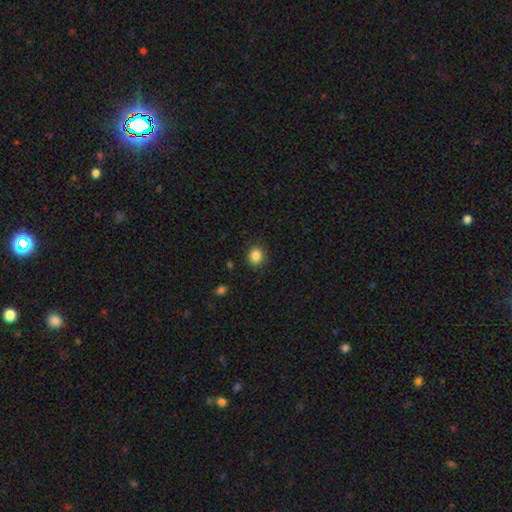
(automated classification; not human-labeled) The model was most divided on "how rounded": round: 85%, in between: 14%, cigar-shaped: 1%. More confident: merging — none (90%); smooth or featured — smooth (86%).